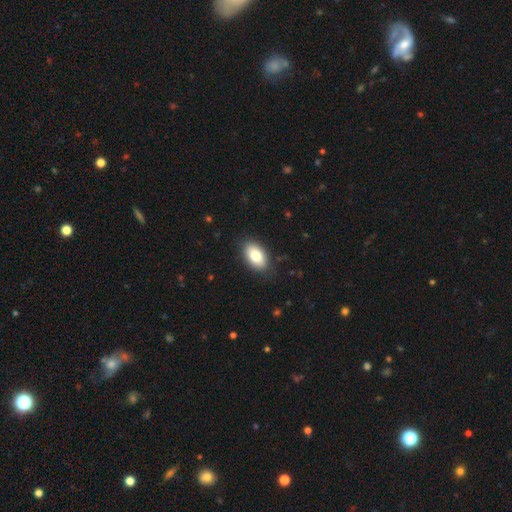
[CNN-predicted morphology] This appears to be a smooth galaxy with no disk features (80%) that is in between round and cigar-shaped (92%). Merging: none (86%).